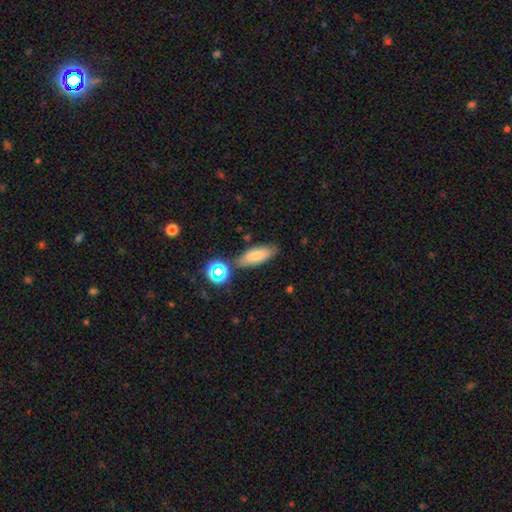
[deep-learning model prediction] Morphology: type=smooth (76%); roundness=in between (68%); merging=none (75%).